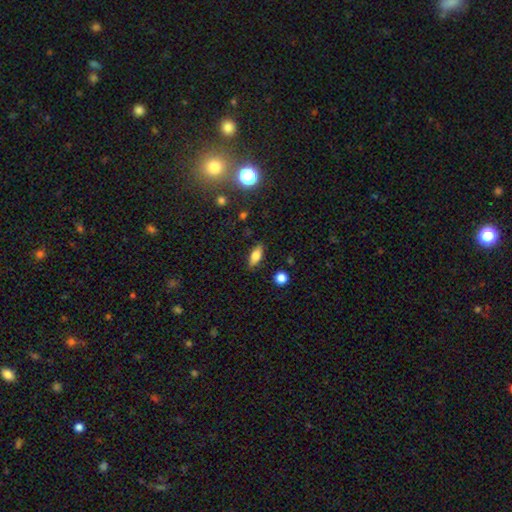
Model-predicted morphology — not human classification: The model was most divided on "smooth or featured": smooth: 71%, featured or disk: 19%, star or artifact: 9%. More confident: merging — none (85%); how rounded — in between (76%).